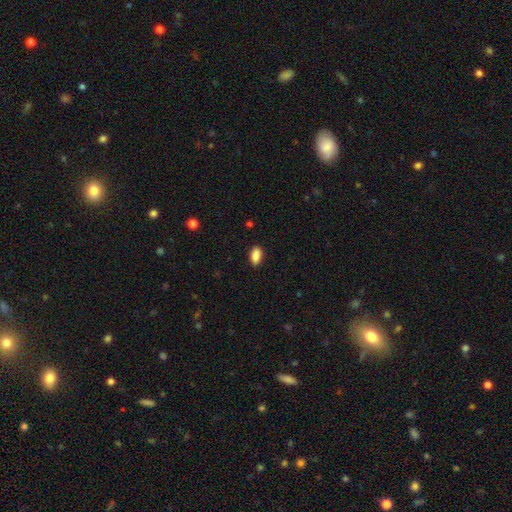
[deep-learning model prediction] smooth_or_featured: smooth (p=0.87) [alt: star or artifact p=0.08]
how_rounded: in between (p=0.90) [alt: cigar-shaped p=0.06]
merging: none (p=0.86) [alt: minor disturbance p=0.10]